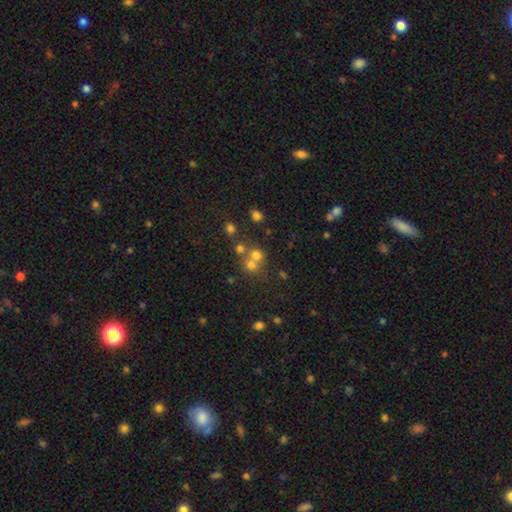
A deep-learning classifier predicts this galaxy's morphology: Smooth or featured? smooth (64%)
How rounded? round (82%)
Merging? merger (47%)